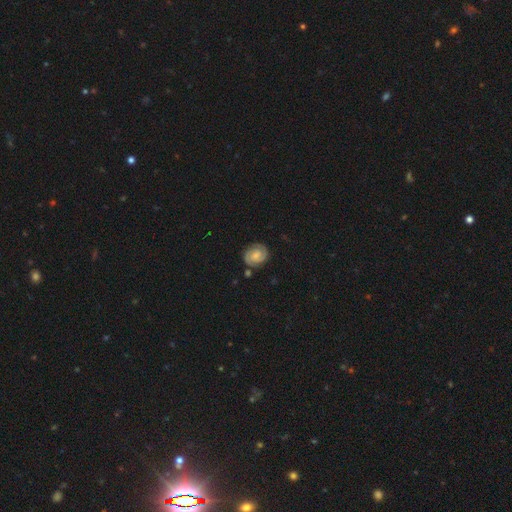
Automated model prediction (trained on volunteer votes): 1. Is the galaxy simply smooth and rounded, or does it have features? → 70% featured or disk, 23% smooth, 7% star or artifact.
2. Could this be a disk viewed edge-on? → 98% no, 2% yes.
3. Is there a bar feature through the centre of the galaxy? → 55% no, 38% weak, 7% strong.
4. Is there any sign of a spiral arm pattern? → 94% yes, 6% no.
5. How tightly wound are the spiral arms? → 62% tight, 31% medium, 7% loose.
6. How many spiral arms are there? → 81% 2, 9% can't tell, 5% 3, 3% 1, 1% 4, 1% more than 4.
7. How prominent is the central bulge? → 39% small, 37% moderate, 17% none, 6% large, 2% dominant.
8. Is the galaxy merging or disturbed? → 78% none, 14% minor disturbance, 4% major disturbance, 4% merger.